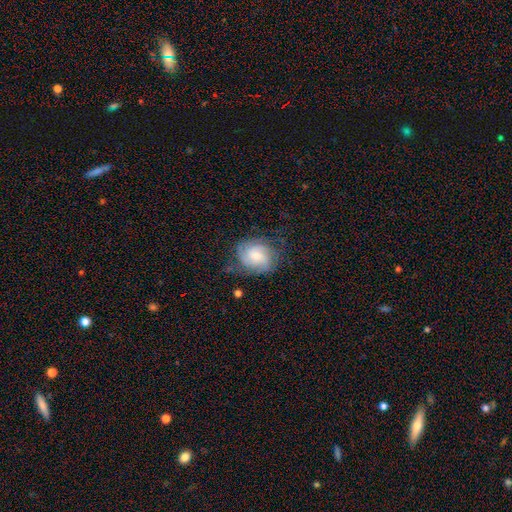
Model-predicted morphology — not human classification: This is likely a featured or disk galaxy (62%). It is clearly not viewed edge-on (98%). Bar: possibly no (56%). Spiral arm pattern: clearly yes (91%). Spiral arm count: marginally 2 (37%). Spiral winding: possibly tight (49%). Central bulge: marginally small (44%). Merging: likely none (63%).